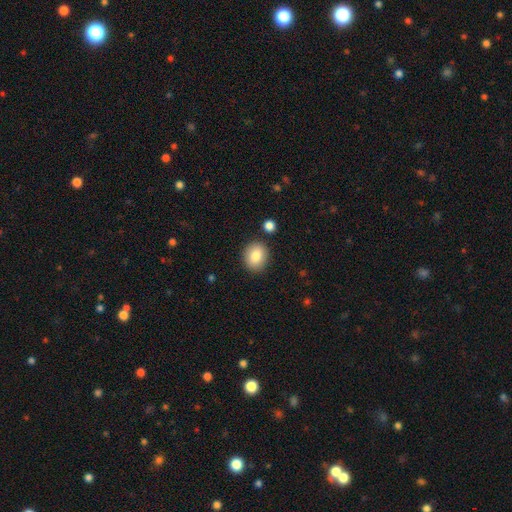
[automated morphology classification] smooth_or_featured: smooth (p=0.83) [alt: featured or disk p=0.08]
how_rounded: round (p=0.58) [alt: in between p=0.41]
merging: none (p=0.86) [alt: minor disturbance p=0.09]